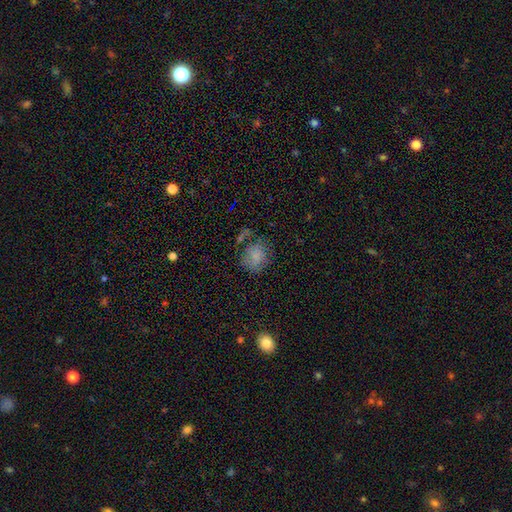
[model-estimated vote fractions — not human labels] Smooth or featured?
  - smooth: 67% *
  - featured or disk: 18%
  - star or artifact: 15%
How rounded?
  - round: 61% *
  - in between: 38%
  - cigar-shaped: 1%
Merging?
  - none: 52% *
  - minor disturbance: 23%
  - major disturbance: 17%
  - merger: 8%